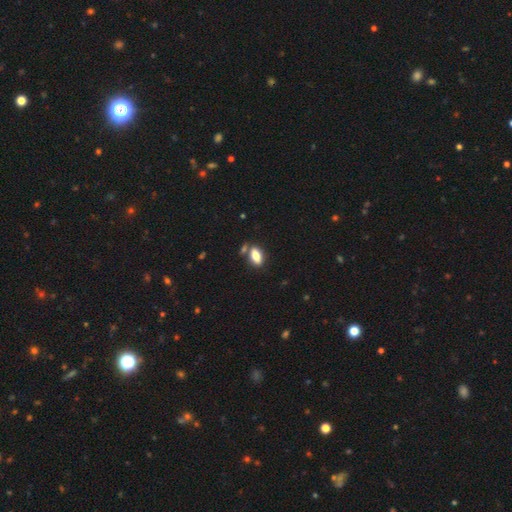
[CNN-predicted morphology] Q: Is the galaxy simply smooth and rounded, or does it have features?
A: smooth — 77%.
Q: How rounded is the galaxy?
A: in between — 87%.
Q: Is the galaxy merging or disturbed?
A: none — 68%.